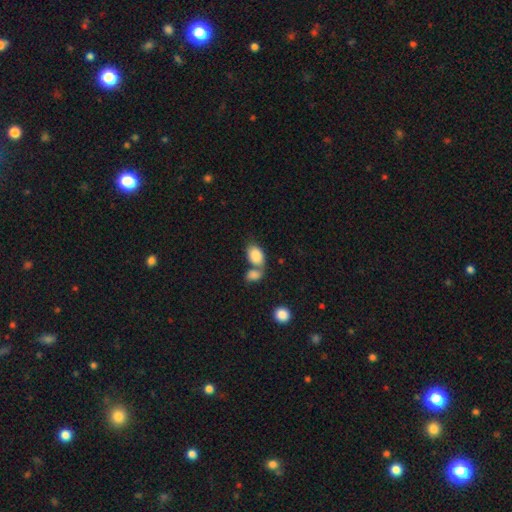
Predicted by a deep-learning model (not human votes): This is clearly a smooth galaxy (86%). How rounded: clearly in between (87%). Merging: possibly merger (55%).